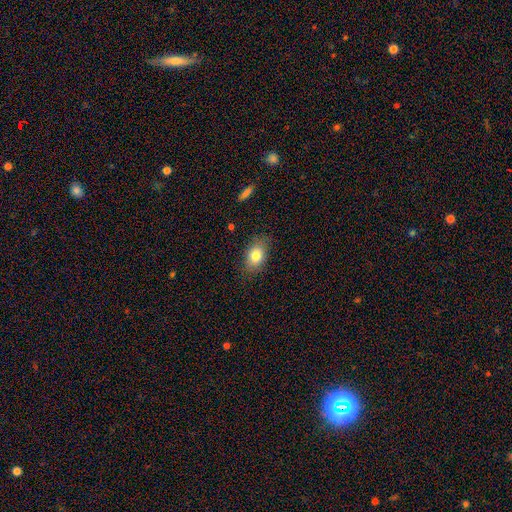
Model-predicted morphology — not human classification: A smooth galaxy with no disk features (80%) that is in between round and cigar-shaped (80%).

Vote fractions:
- Smooth or featured? smooth: 80% / featured or disk: 11% / star or artifact: 9%
- How rounded? in between: 80% / round: 18% / cigar-shaped: 2%
- Merging? none: 82% / minor disturbance: 14% / major disturbance: 3% / merger: 1%